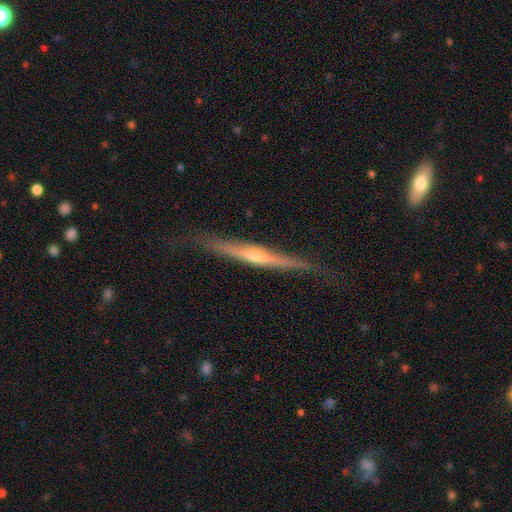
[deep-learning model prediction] Smooth or featured: featured or disk — 77% (smooth — 17%)
Edge-on disk: yes — 97% (no — 3%)
Edge-on bulge: rounded — 72% (none — 22%)
Merging: none — 81% (minor disturbance — 15%)